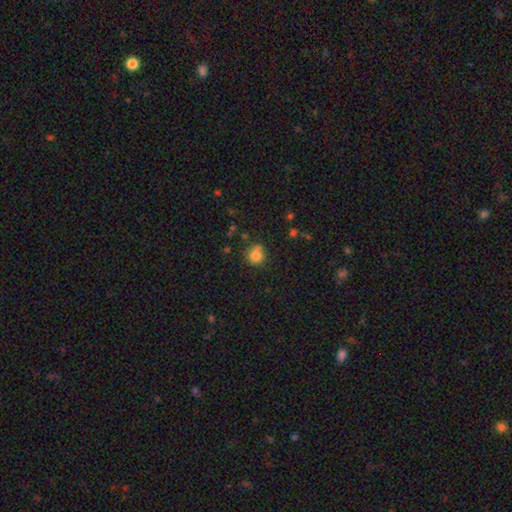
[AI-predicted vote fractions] Smooth or featured: smooth — 77% (featured or disk — 12%)
How rounded: round — 81% (in between — 18%)
Merging: none — 57% (minor disturbance — 23%)